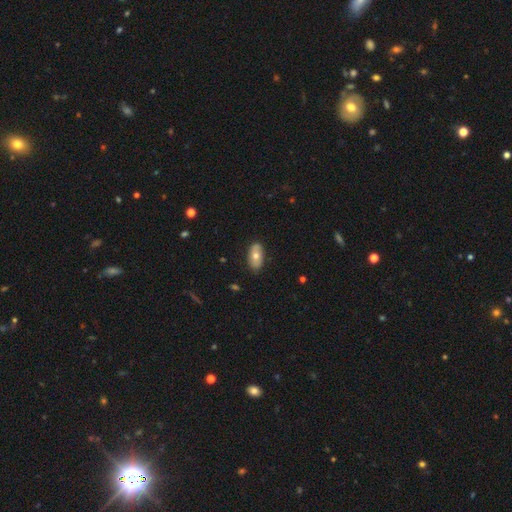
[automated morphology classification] Q: Smooth or featured?
A: smooth (60%); runner-up: featured or disk (33%)
Q: How rounded?
A: in between (91%); runner-up: round (5%)
Q: Merging?
A: none (82%); runner-up: minor disturbance (14%)